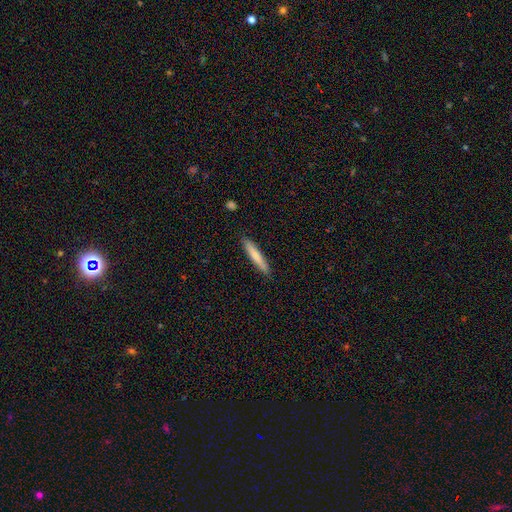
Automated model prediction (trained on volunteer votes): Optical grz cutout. It shows a smooth galaxy with no disk features (75%) that is cigar-shaped (93%). Merging: none (90%).